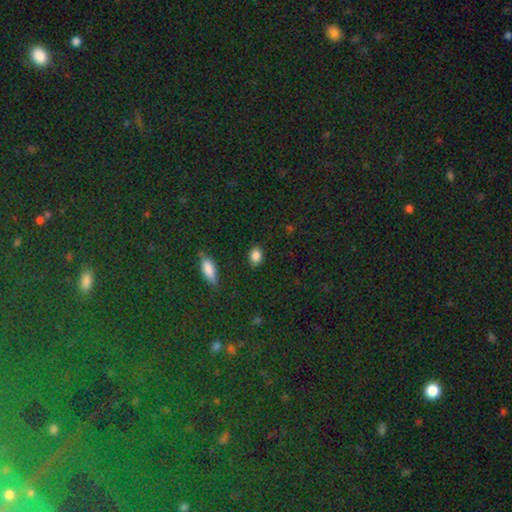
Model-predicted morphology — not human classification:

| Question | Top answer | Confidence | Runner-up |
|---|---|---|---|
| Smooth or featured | smooth | 86% | star or artifact (10%) |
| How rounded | in between | 67% | round (31%) |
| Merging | none | 85% | minor disturbance (10%) |